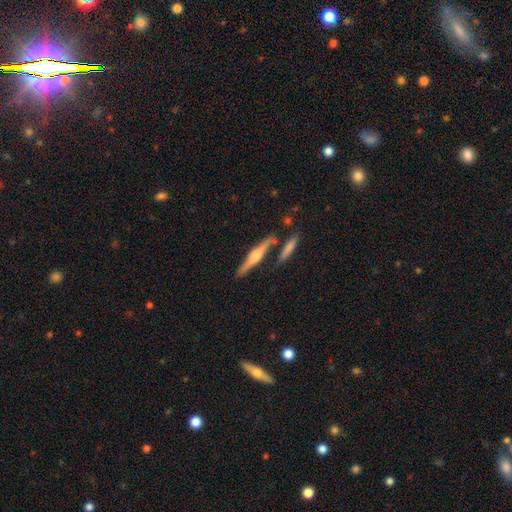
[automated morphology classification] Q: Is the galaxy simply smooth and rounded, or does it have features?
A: featured or disk — 68%.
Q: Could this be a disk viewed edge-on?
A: yes — 96%.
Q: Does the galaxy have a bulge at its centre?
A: rounded — 87%.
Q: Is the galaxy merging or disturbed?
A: none — 77%.